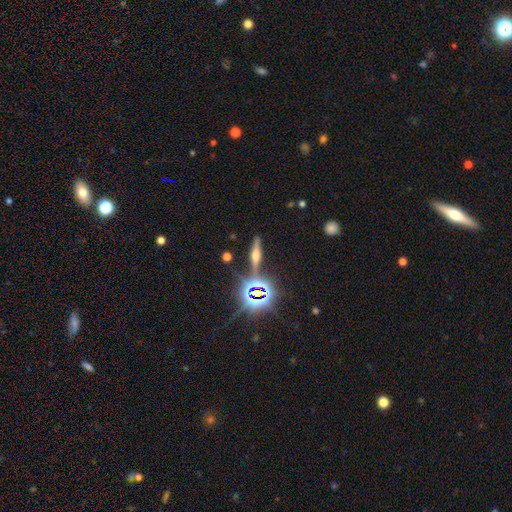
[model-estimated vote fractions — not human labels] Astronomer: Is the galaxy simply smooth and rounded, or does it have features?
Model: featured or disk — 51% (runner-up: star or artifact, 26%).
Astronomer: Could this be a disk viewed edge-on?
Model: yes — 91%.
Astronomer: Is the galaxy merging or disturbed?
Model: none — 83%.